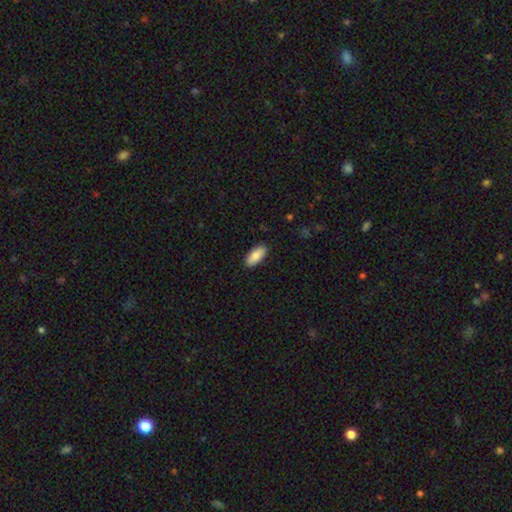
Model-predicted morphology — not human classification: smooth_or_featured: smooth (p=0.87) [alt: featured or disk p=0.07]
how_rounded: in between (p=0.88) [alt: cigar-shaped p=0.10]
merging: none (p=0.89) [alt: minor disturbance p=0.08]